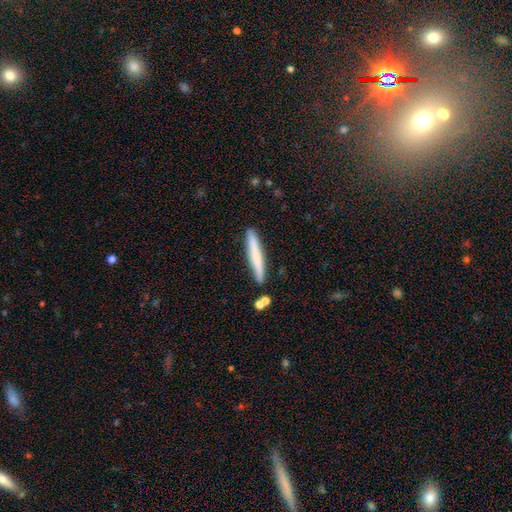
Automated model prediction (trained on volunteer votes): This appears to be a smooth galaxy with no disk features (69%) that is cigar-shaped (95%). Merging: none (86%).